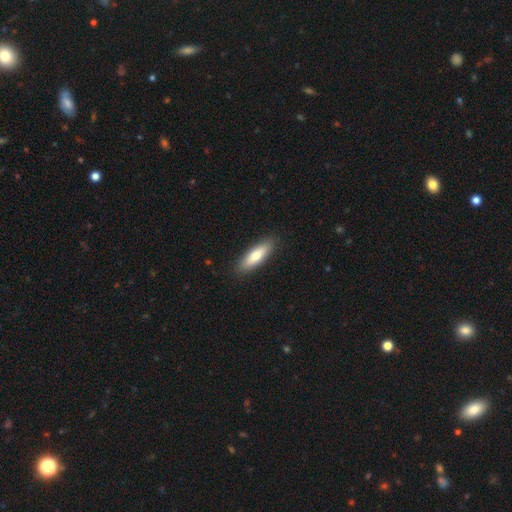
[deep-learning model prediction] Q: Smooth or featured?
A: smooth (74%); runner-up: featured or disk (20%)
Q: How rounded?
A: cigar-shaped (51%); runner-up: in between (47%)
Q: Merging?
A: none (89%); runner-up: minor disturbance (8%)